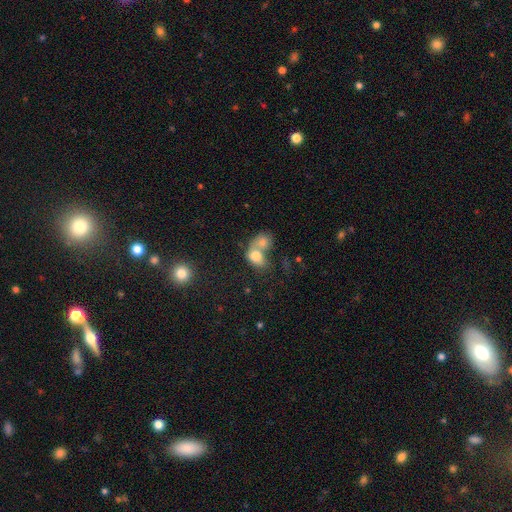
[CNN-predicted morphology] This is likely a smooth galaxy (74%). How rounded: likely in between (69%). Merging: likely merger (74%).